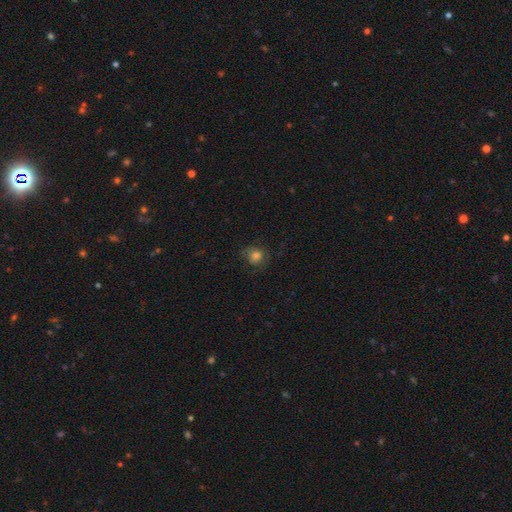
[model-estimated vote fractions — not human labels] smooth_or_featured: smooth (p=0.73) [alt: star or artifact p=0.14]
how_rounded: round (p=0.74) [alt: in between p=0.25]
merging: none (p=0.66) [alt: minor disturbance p=0.20]